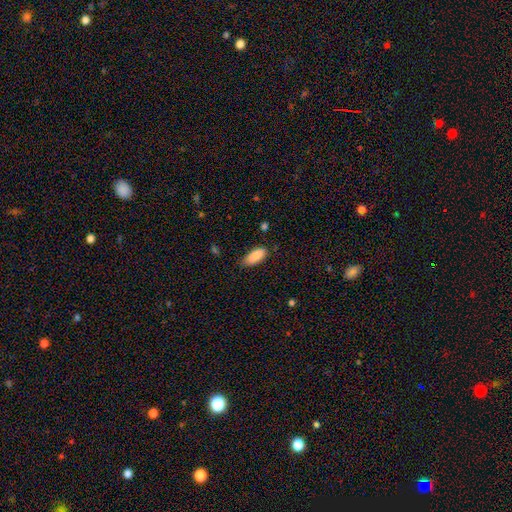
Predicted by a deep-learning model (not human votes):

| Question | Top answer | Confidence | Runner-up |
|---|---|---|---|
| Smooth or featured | smooth | 87% | featured or disk (7%) |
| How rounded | in between | 84% | cigar-shaped (14%) |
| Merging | none | 72% | minor disturbance (22%) |